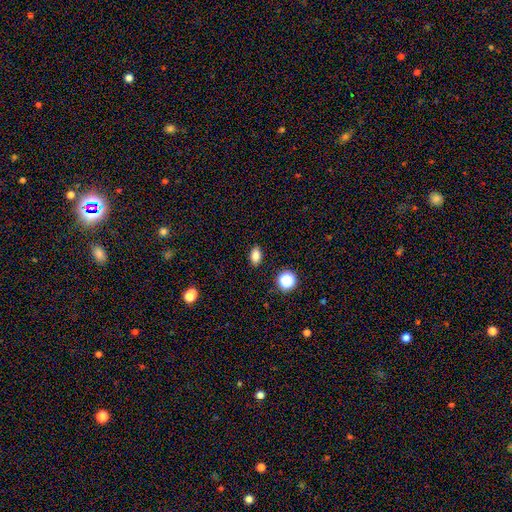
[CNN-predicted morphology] Q: Smooth or featured?
A: smooth (84%); runner-up: star or artifact (12%)
Q: How rounded?
A: in between (84%); runner-up: round (14%)
Q: Merging?
A: none (89%); runner-up: minor disturbance (8%)